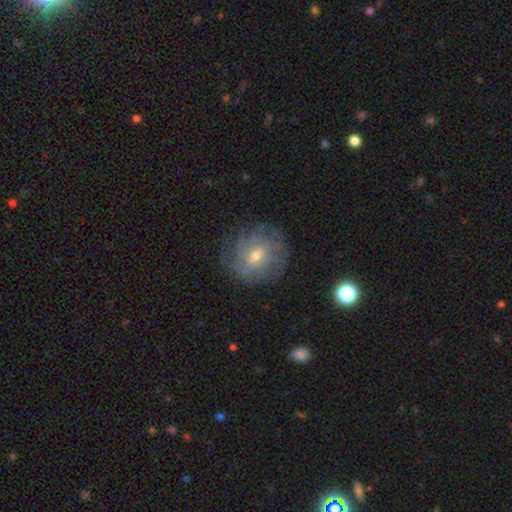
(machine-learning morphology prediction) This is likely a featured or disk galaxy (71%). It is clearly not viewed edge-on (97%). Bar: possibly no (58%). Spiral arm pattern: clearly yes (88%). Spiral arm count: possibly can't tell (51%). Spiral winding: likely tight (65%). Central bulge: possibly small (52%). Merging: likely none (78%).